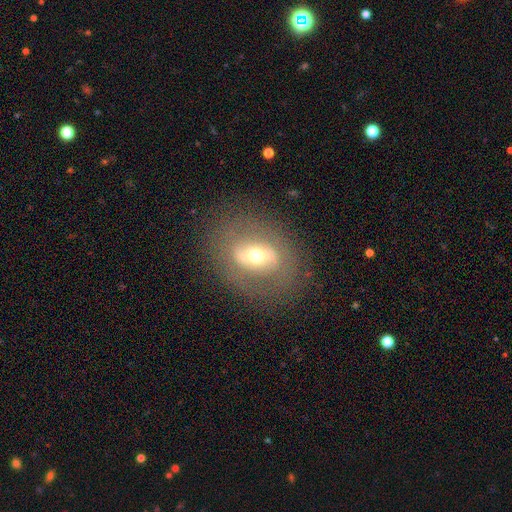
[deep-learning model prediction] Smooth or featured: featured or disk — 60% (smooth — 30%)
Edge-on disk: no — 90% (yes — 10%)
Bar: strong — 37% (no — 32%)
Spiral arms: no — 70% (yes — 30%)
Bulge size: moderate — 58% (small — 33%)
Merging: none — 78% (minor disturbance — 12%)